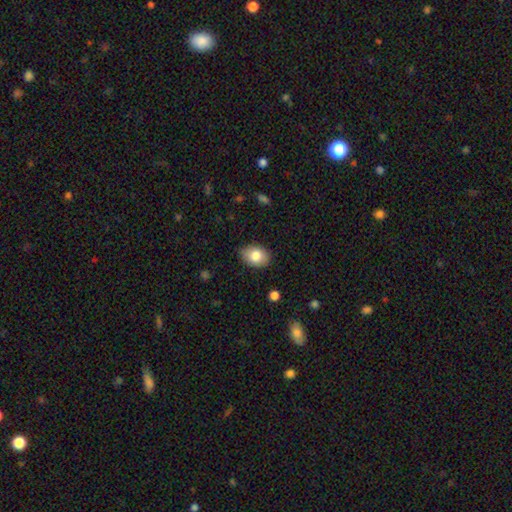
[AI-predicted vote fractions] Smooth or featured: smooth — 82% (featured or disk — 11%)
How rounded: in between — 78% (round — 21%)
Merging: none — 84% (minor disturbance — 13%)